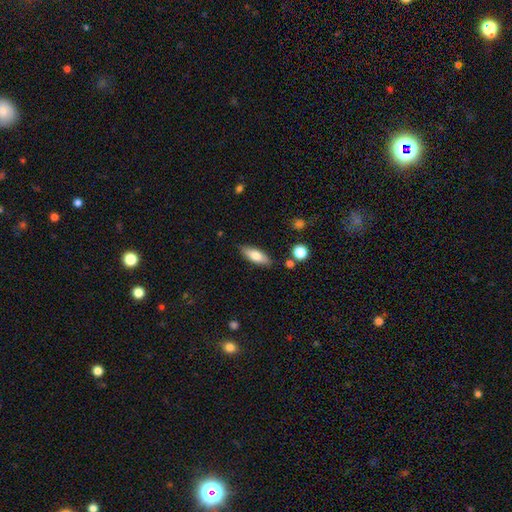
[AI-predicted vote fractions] smooth 70%, featured or disk 23%, star or artifact 6%. Down the decision tree: how rounded — in between (69%); merging — none (83%).